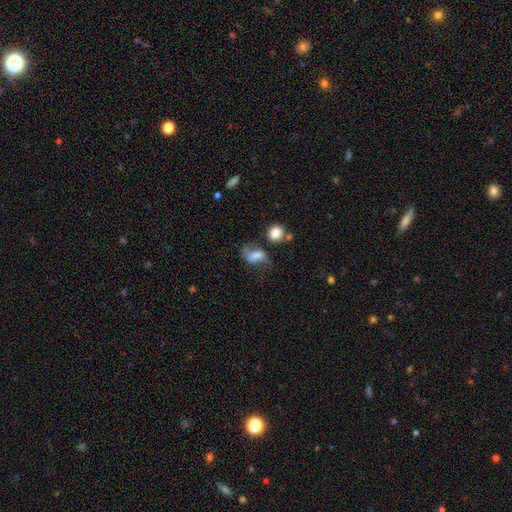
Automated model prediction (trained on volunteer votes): This is possibly a featured or disk galaxy (50%). It is clearly not viewed edge-on (95%). Merging: marginally none (44%).